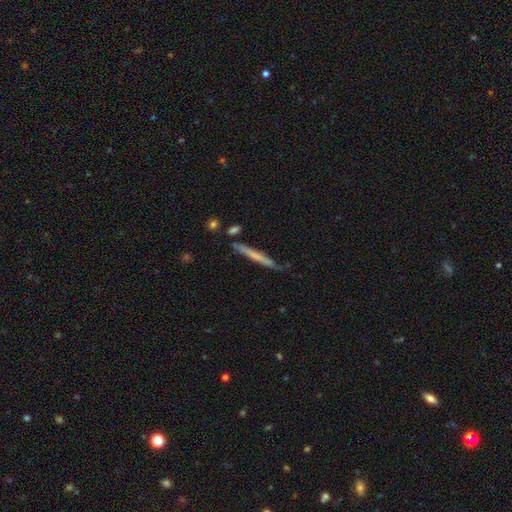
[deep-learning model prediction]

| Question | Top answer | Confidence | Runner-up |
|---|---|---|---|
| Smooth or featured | smooth | 52% | featured or disk (42%) |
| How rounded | cigar-shaped | 96% | in between (3%) |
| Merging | none | 76% | minor disturbance (17%) |